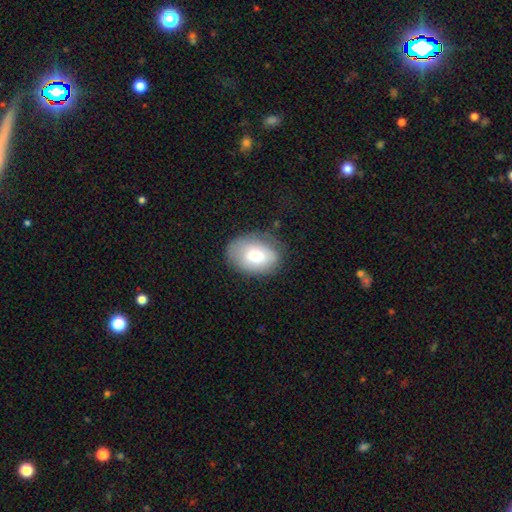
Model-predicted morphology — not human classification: type=smooth (71%); roundness=in between (75%); merging=none (72%).